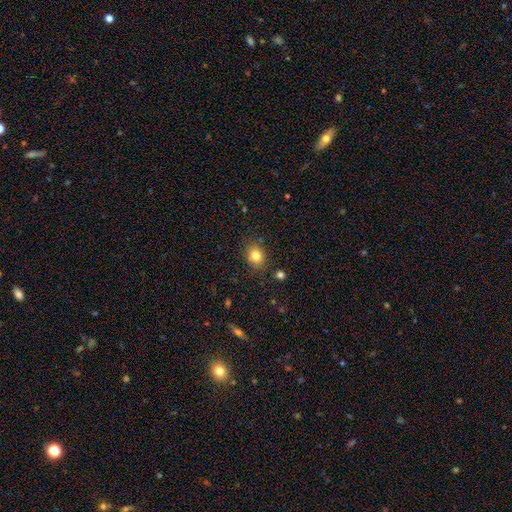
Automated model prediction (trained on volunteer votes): A smooth galaxy with no disk features (81%) that is round (62%). Merging: none (84%).